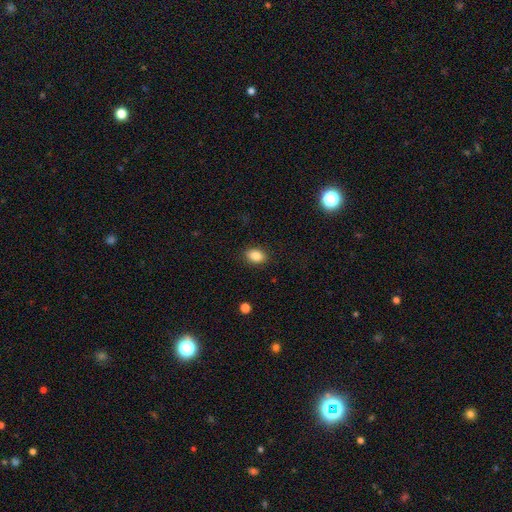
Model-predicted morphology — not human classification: smooth 87%, star or artifact 9%, featured or disk 4%. Down the decision tree: how rounded — in between (79%); merging — none (88%).